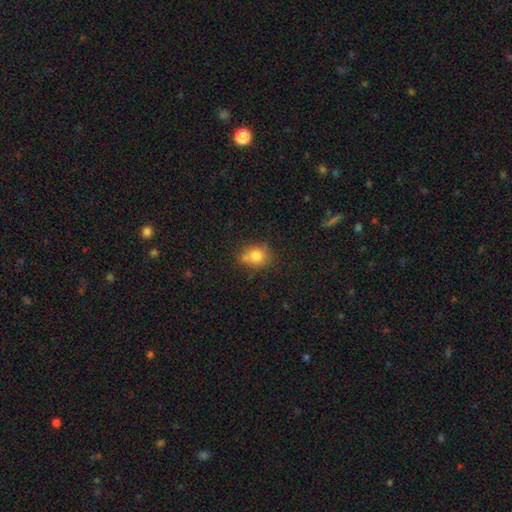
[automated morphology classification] The model was most divided on "how rounded": round: 62%, in between: 37%, cigar-shaped: 1%. More confident: smooth or featured — smooth (79%); merging — none (60%).